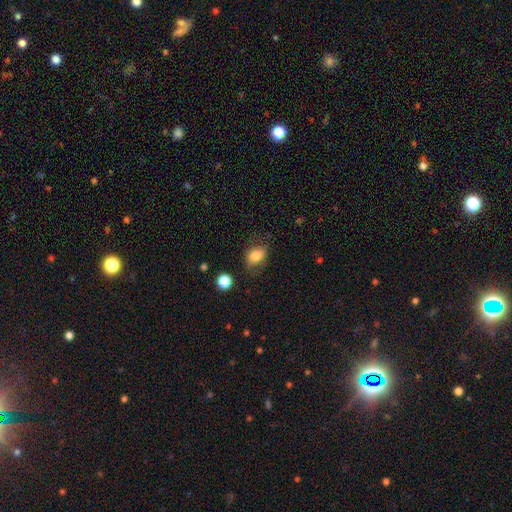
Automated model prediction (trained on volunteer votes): smooth-or-featured: smooth: 81% | star or artifact: 10% | featured or disk: 9%
  how-rounded: in between: 72% | round: 27% | cigar-shaped: 2%
  merging: none: 68% | minor disturbance: 23% | major disturbance: 8% | merger: 2%